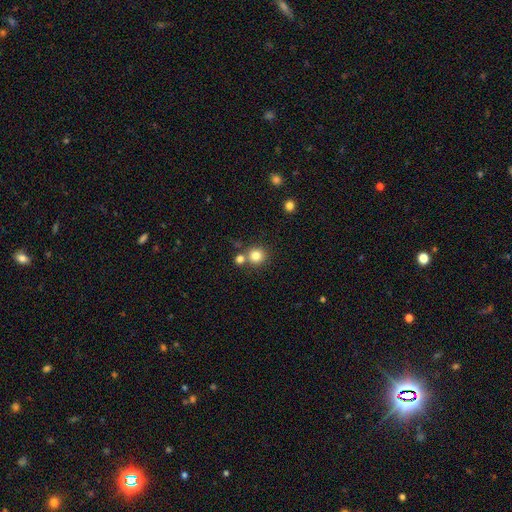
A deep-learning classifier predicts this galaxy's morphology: type=smooth (82%); roundness=round (92%); merging=none (69%).